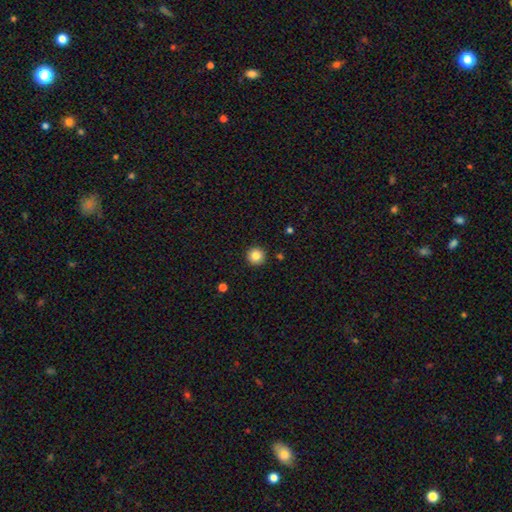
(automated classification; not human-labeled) smooth_or_featured: smooth (p=0.83) [alt: star or artifact p=0.10]
how_rounded: round (p=0.96) [alt: in between p=0.03]
merging: none (p=0.93) [alt: minor disturbance p=0.04]